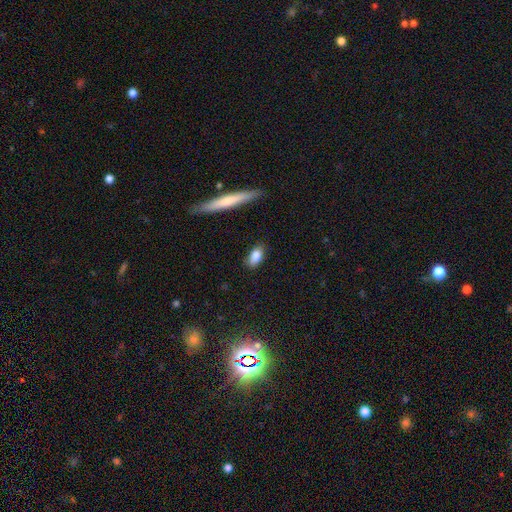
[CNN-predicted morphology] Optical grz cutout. It shows a smooth galaxy with no disk features (85%) that is in between round and cigar-shaped (85%). Merging: none (82%).